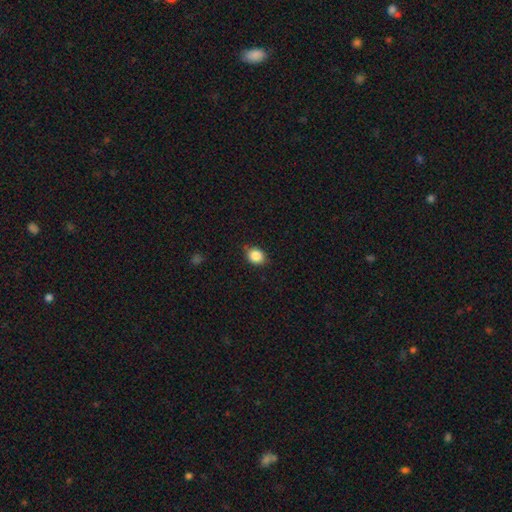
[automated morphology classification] A smooth galaxy with no disk features (85%) that is round (64%).

Vote fractions:
- Smooth or featured? smooth: 85% / star or artifact: 10% / featured or disk: 5%
- How rounded? round: 64% / in between: 35% / cigar-shaped: 1%
- Merging? none: 79% / minor disturbance: 16% / major disturbance: 3% / merger: 2%